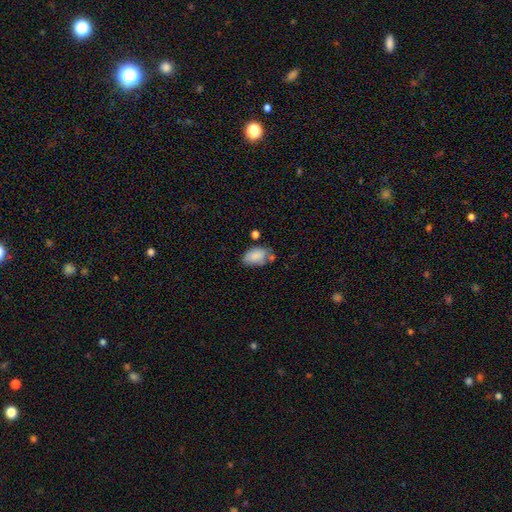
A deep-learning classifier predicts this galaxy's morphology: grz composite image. It shows a smooth galaxy with no disk features (84%) that is in between round and cigar-shaped (91%). Merging: none (52%).